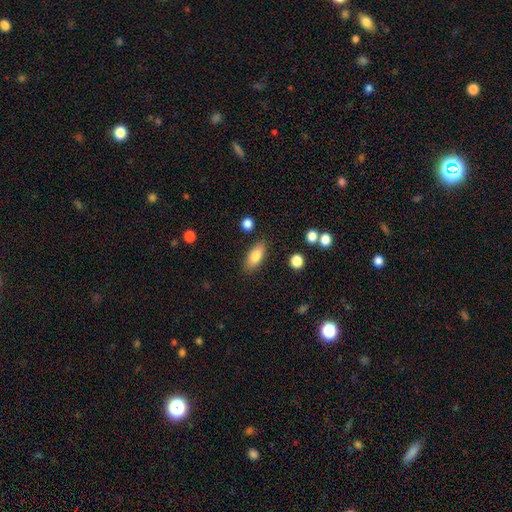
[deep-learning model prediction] smooth-or-featured: smooth: 80% | featured or disk: 13% | star or artifact: 7%
  how-rounded: in between: 81% | cigar-shaped: 15% | round: 3%
  merging: none: 83% | minor disturbance: 11% | major disturbance: 3% | merger: 3%